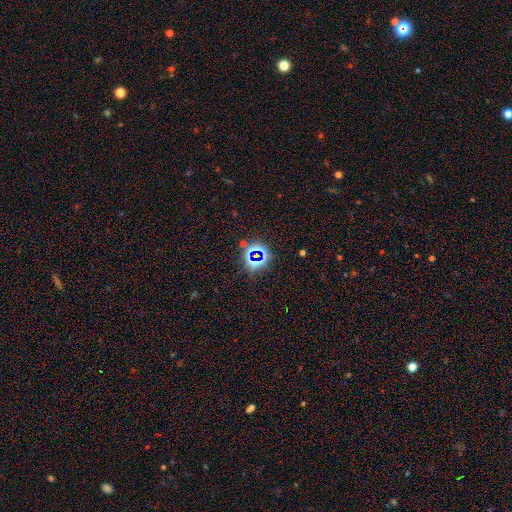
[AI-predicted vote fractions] star or artifact 73%, smooth 18%, featured or disk 9%.